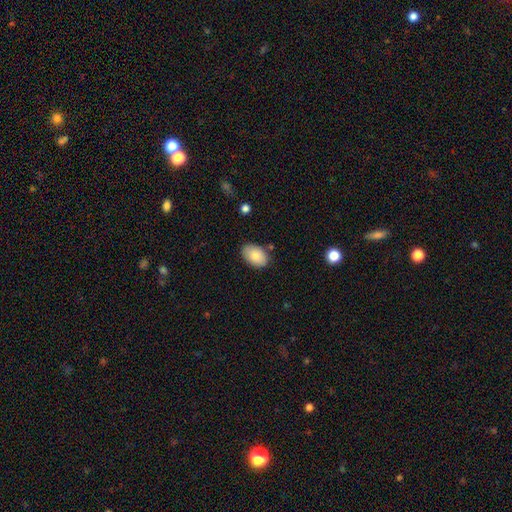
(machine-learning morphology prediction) Smooth or featured? smooth (86%)
How rounded? in between (91%)
Merging? none (81%)